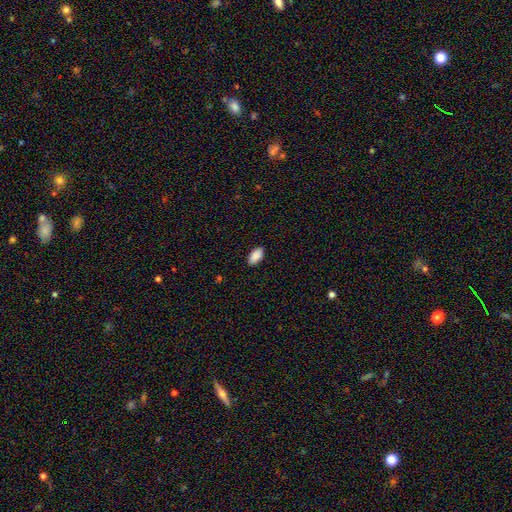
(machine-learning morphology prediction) Smooth or featured?
  - smooth: 90% *
  - star or artifact: 7%
  - featured or disk: 4%
How rounded?
  - in between: 94% *
  - round: 3%
  - cigar-shaped: 3%
Merging?
  - none: 88% *
  - minor disturbance: 9%
  - major disturbance: 2%
  - merger: 1%